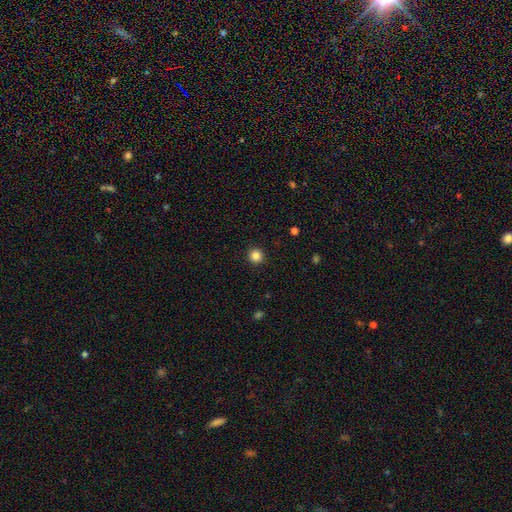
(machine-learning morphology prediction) A smooth galaxy with no disk features (84%) that is round (95%).

Vote fractions:
- Smooth or featured? smooth: 84% / star or artifact: 12% / featured or disk: 3%
- How rounded? round: 95% / in between: 4% / cigar-shaped: 1%
- Merging? none: 93% / minor disturbance: 5% / major disturbance: 2% / merger: 1%